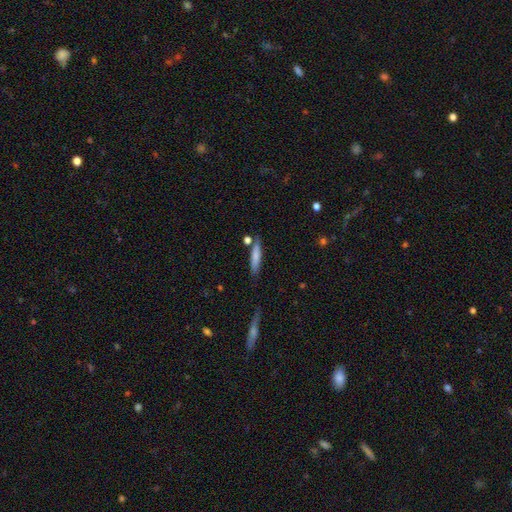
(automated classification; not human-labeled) Smooth or featured? Predicted: smooth (p=0.74). How rounded? Predicted: cigar-shaped (p=0.86). Merging? Predicted: none (p=0.75).